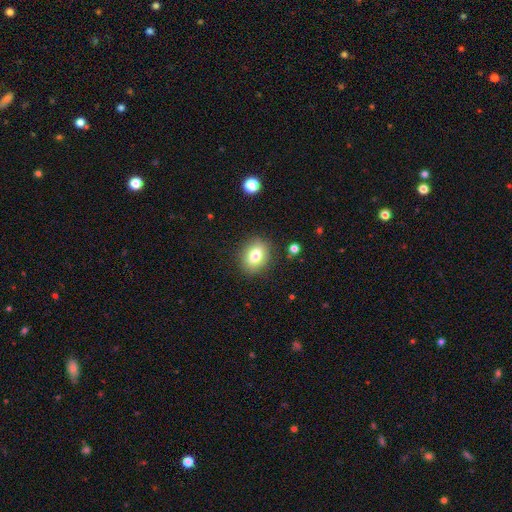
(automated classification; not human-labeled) A smooth galaxy with no disk features (79%) that is in between round and cigar-shaped (57%). Merging: none (87%).